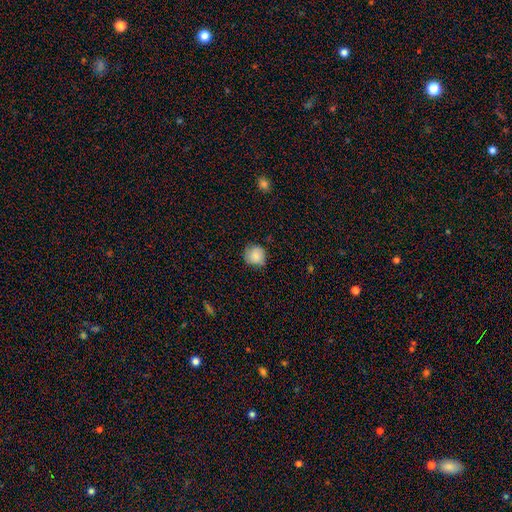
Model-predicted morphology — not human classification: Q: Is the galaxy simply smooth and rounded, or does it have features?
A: smooth — 85%.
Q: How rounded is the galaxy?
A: round — 88%.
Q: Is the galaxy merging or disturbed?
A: none — 73%.